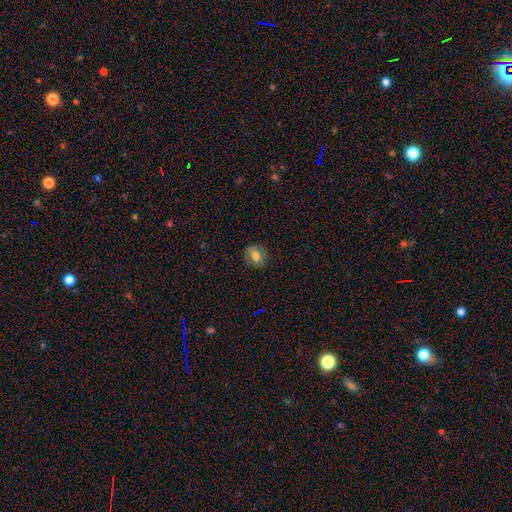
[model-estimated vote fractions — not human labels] Overall: smooth (64%; featured or disk 25%). How rounded: round (60%; in between 38%). Merging: none (84%).